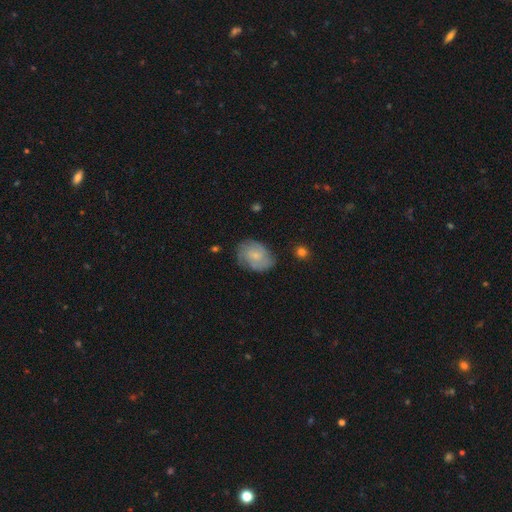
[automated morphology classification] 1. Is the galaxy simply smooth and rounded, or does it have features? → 50% featured or disk, 43% smooth, 7% star or artifact.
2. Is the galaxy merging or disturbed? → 70% none, 22% minor disturbance, 6% major disturbance, 2% merger.